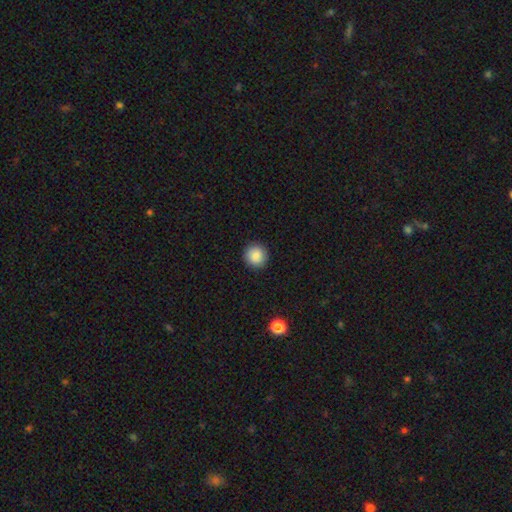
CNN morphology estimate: smooth 87%, star or artifact 8%, featured or disk 4%. Down the decision tree: how rounded — round (93%); merging — none (91%).